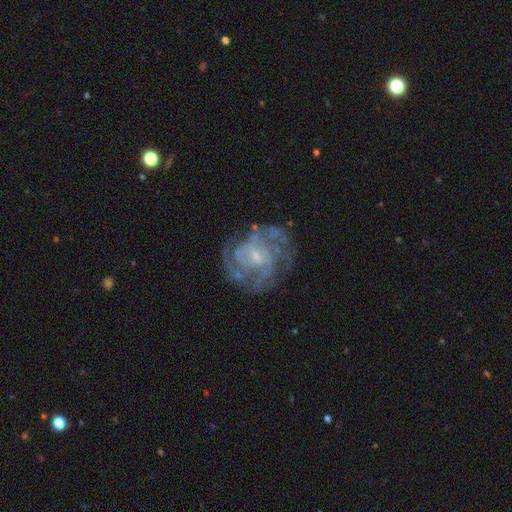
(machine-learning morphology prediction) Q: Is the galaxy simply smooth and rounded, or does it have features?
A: featured or disk — 85%.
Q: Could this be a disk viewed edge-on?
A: no — 98%.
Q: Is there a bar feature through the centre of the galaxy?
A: no — 55%.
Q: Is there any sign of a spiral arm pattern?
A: yes — 93%.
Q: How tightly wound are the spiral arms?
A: tight — 54%.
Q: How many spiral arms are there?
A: can't tell — 31%.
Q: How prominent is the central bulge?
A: small — 69%.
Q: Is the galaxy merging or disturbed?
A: none — 70%.